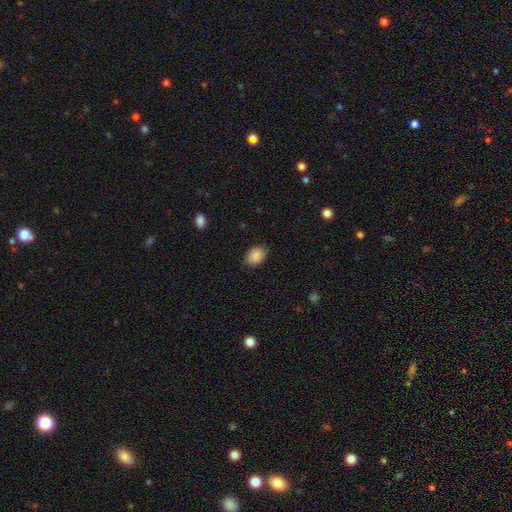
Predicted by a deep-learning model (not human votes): This appears to be a smooth galaxy with no disk features (88%) that is in between round and cigar-shaped (63%). Merging: none (80%).